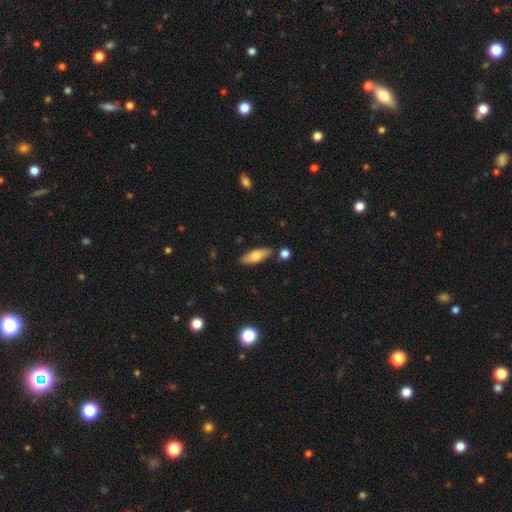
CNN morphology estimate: smooth 70%, featured or disk 23%, star or artifact 6%. Down the decision tree: how rounded — in between (64%); merging — none (82%).